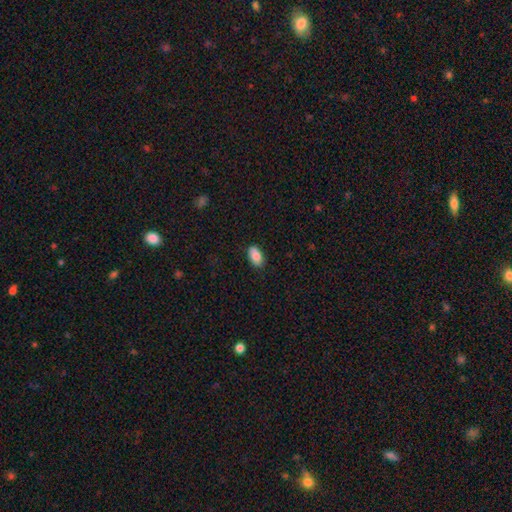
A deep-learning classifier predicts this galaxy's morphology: Overall: smooth (86%). How rounded: in between (93%). Merging: none (81%).